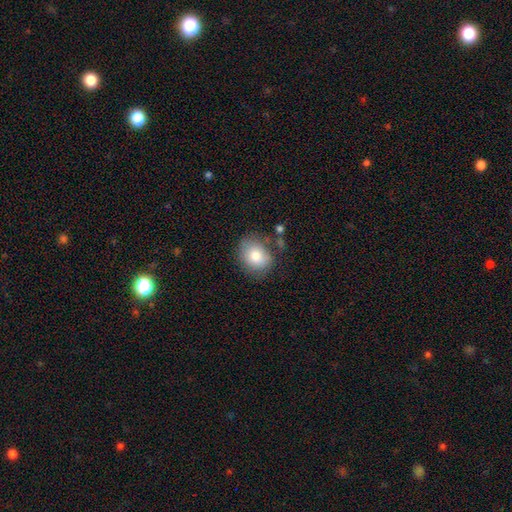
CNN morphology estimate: Overall: smooth (79%). How rounded: round (57%; in between 42%). Merging: none (69%).